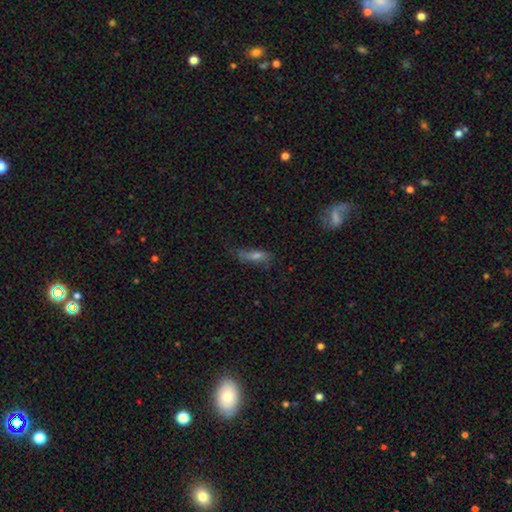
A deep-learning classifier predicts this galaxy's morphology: The model was most divided on "how rounded" (2-way tie): cigar-shaped: 48%, in between: 48%, round: 4%. More confident: merging — none (57%); smooth or featured — smooth (51%).